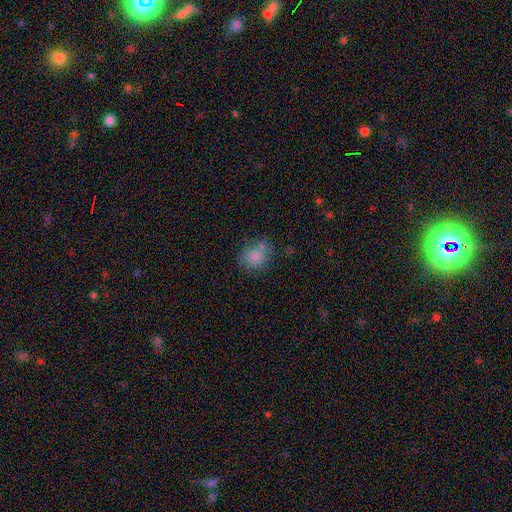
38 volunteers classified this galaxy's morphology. Smooth or featured? smooth (87%)
How rounded? round (82%)
Merging? none (63%)